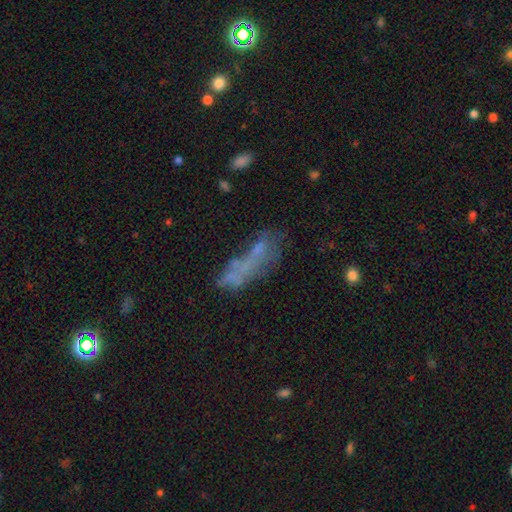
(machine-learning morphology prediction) A smooth galaxy with no disk features (41%).

Vote fractions:
- Smooth or featured? smooth: 41% / featured or disk: 38% / star or artifact: 21%
- Merging? none: 41% / major disturbance: 22% / minor disturbance: 19% / merger: 18%